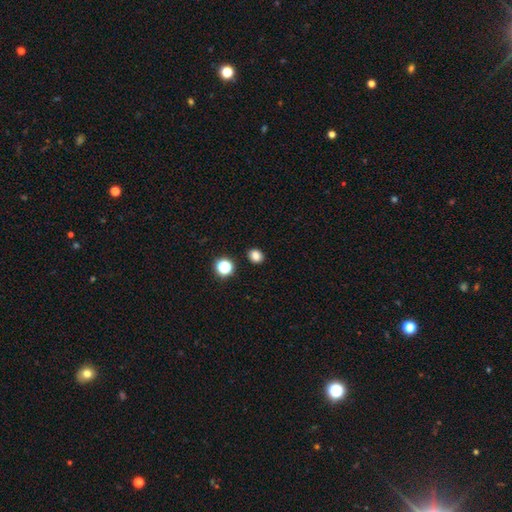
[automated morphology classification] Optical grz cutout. It shows a smooth galaxy with no disk features (81%) that is round (66%). Merging: none (89%).